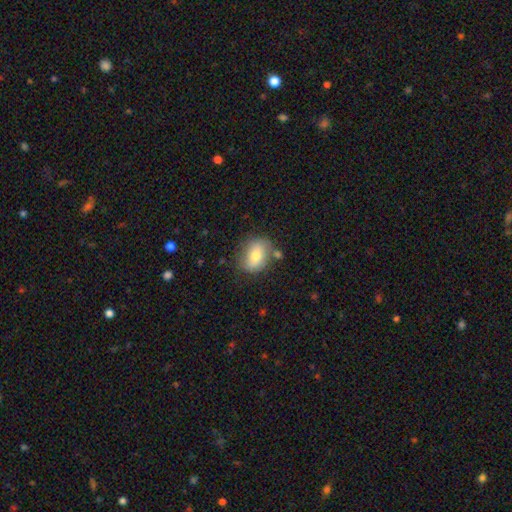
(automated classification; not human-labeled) A smooth galaxy with no disk features (68%) that is in between round and cigar-shaped (57%).

Vote fractions:
- Smooth or featured? smooth: 68% / featured or disk: 24% / star or artifact: 8%
- How rounded? in between: 57% / round: 41% / cigar-shaped: 1%
- Merging? none: 68% / minor disturbance: 19% / merger: 7% / major disturbance: 6%